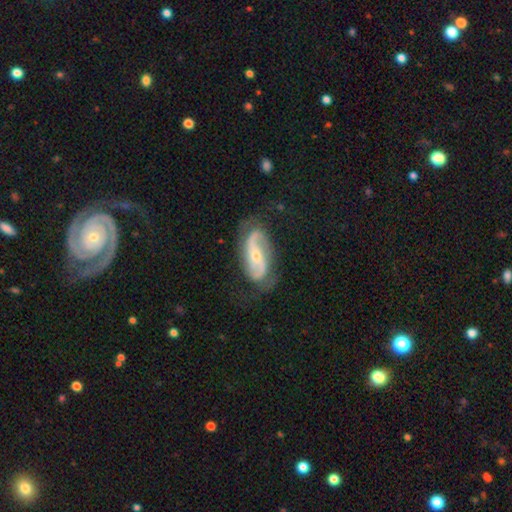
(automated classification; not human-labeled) This is clearly a featured or disk galaxy (86%). It is clearly not viewed edge-on (95%). Bar: marginally no (41%). Spiral arm pattern: clearly yes (96%). Spiral arm count: clearly 2 (90%). Spiral winding: possibly loose (49%). Central bulge: possibly small (57%). Merging: likely none (70%).